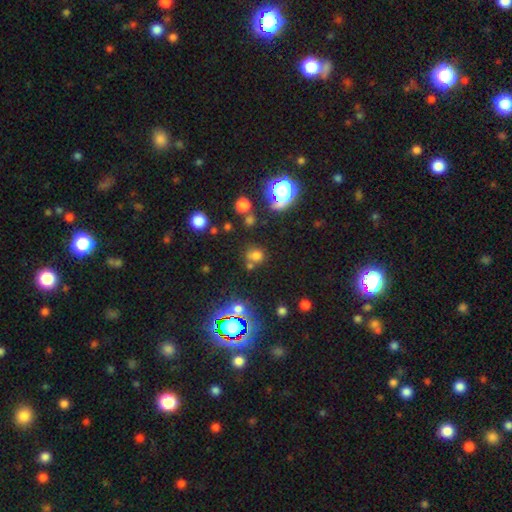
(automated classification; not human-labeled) Overall: smooth (64%; star or artifact 27%). How rounded: round (72%). Merging: none (61%).